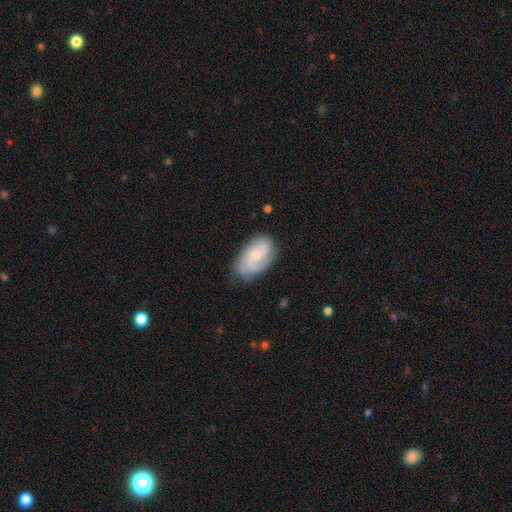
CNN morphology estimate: The model was most divided on "spiral winding": tight: 42%, medium: 40%, loose: 18%. Remaining: edge-on disk — no (96%); spiral arms — yes (89%); merging — none (68%); bar — no (66%); smooth or featured — featured or disk (64%); bulge size — small (55%); spiral arm count — 2 (47%).